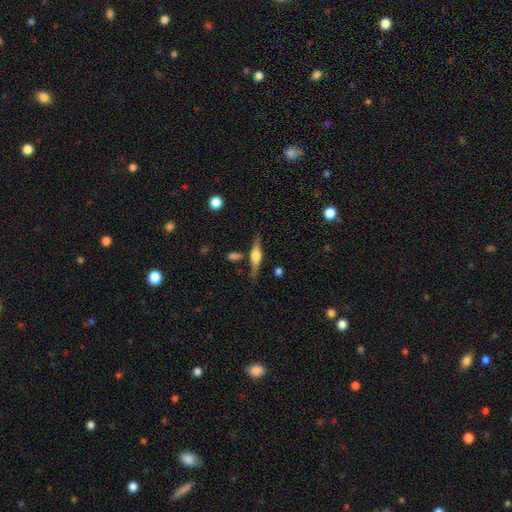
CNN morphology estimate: featured or disk 70%, smooth 24%, star or artifact 6%. Down the decision tree: edge-on disk — yes (97%); edge-on bulge — rounded (88%); merging — none (79%).